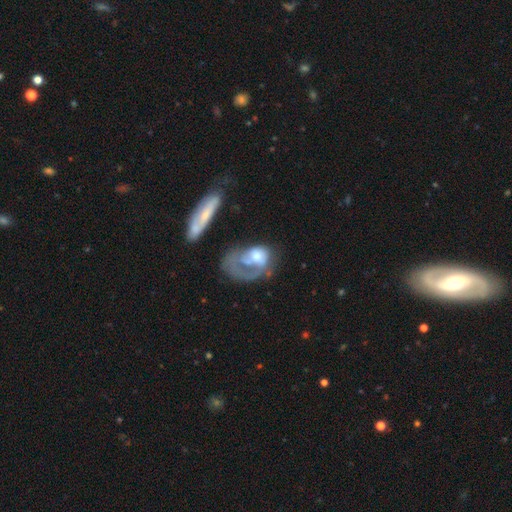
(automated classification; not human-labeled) Overall: featured or disk (62%; smooth 31%). Edge-on disk: no (95%). Bar: no (76%). Spiral arms: yes (56%; no 44%). Bulge size: moderate (46%; small 20%). Merging: major disturbance (49%; none 23%).